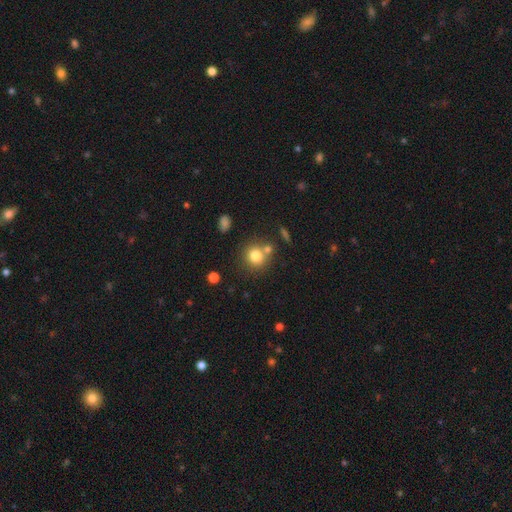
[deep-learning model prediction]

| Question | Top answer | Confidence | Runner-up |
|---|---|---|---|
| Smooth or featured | smooth | 79% | star or artifact (12%) |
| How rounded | round | 88% | in between (11%) |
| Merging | none | 66% | merger (20%) |